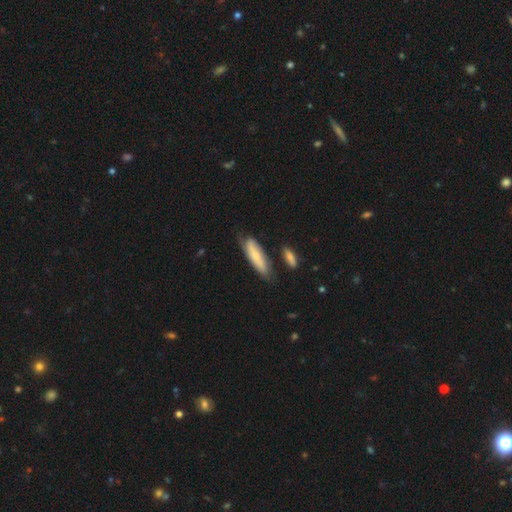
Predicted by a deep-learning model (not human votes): Smooth or featured?
  - smooth: 68% *
  - featured or disk: 26%
  - star or artifact: 6%
How rounded?
  - cigar-shaped: 61% *
  - in between: 37%
  - round: 2%
Merging?
  - none: 62% *
  - minor disturbance: 26%
  - major disturbance: 6%
  - merger: 6%